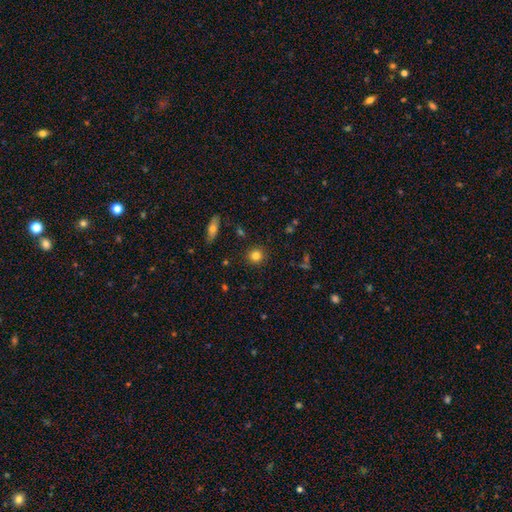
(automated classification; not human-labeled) Q: Smooth or featured?
A: smooth (82%); runner-up: star or artifact (11%)
Q: How rounded?
A: round (91%); runner-up: in between (8%)
Q: Merging?
A: none (90%); runner-up: minor disturbance (6%)